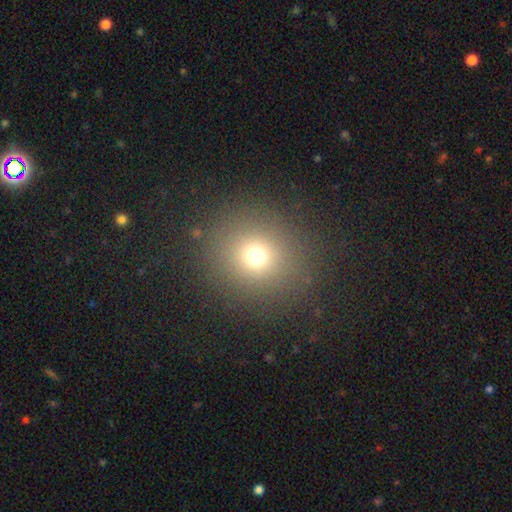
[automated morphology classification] Smooth or featured? Predicted: smooth (p=0.68). How rounded? Predicted: round (p=0.87). Merging? Predicted: none (p=0.86).